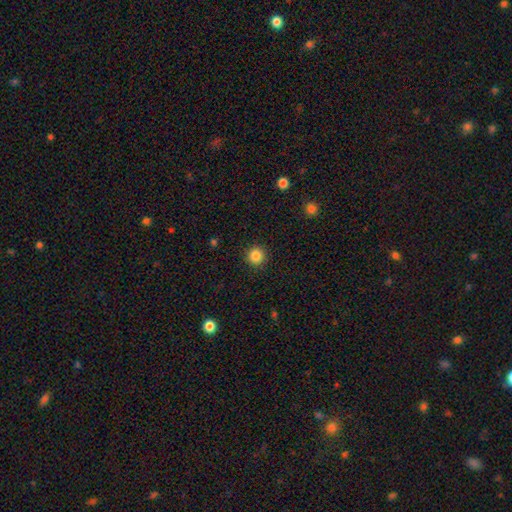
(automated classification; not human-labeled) Smooth or featured? smooth (85%)
How rounded? round (95%)
Merging? none (92%)